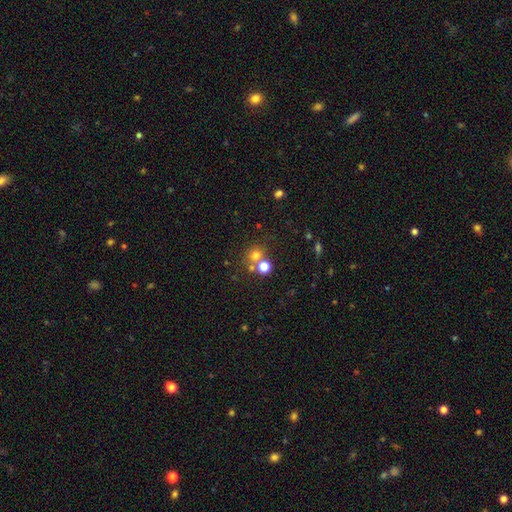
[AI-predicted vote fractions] This is likely a smooth galaxy (69%). How rounded: clearly round (85%). Merging: possibly none (58%).